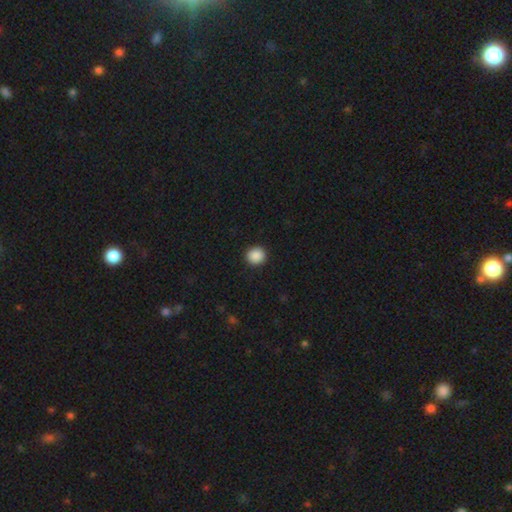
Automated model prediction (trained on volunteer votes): Overall: smooth (89%). How rounded: round (90%). Merging: none (93%).